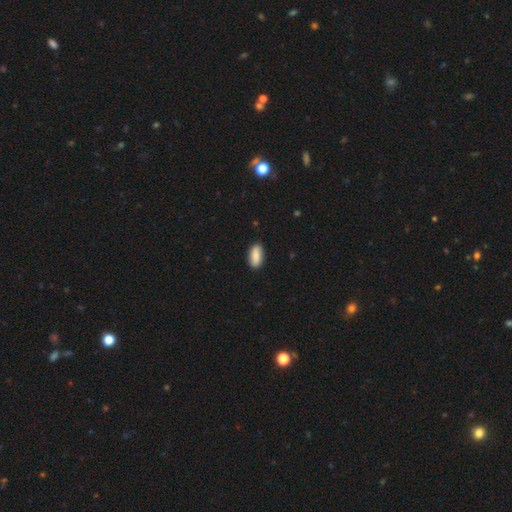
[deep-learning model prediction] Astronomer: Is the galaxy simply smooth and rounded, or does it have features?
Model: smooth — 82%.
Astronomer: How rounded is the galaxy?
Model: in between — 86%.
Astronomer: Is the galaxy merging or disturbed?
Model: none — 87%.